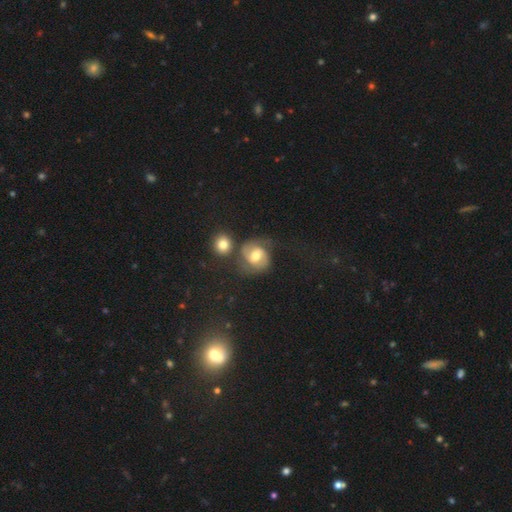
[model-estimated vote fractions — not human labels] Smooth or featured: featured or disk — 68% (smooth — 22%)
Edge-on disk: no — 98% (yes — 2%)
Bar: weak — 48% (no — 37%)
Spiral arms: yes — 91% (no — 9%)
Spiral winding: medium — 53% (tight — 29%)
Spiral arm count: 2 — 90% (can't tell — 4%)
Bulge size: moderate — 75% (small — 11%)
Merging: none — 65% (minor disturbance — 17%)